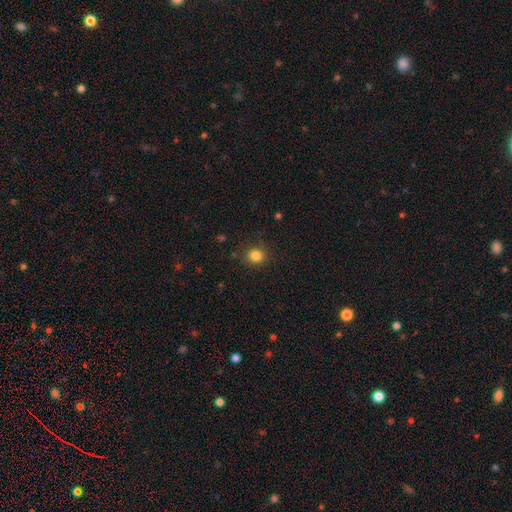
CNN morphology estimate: Smooth or featured? smooth (83%)
How rounded? round (86%)
Merging? none (88%)